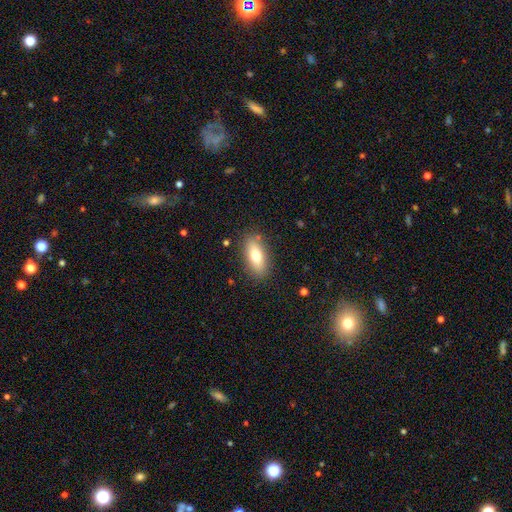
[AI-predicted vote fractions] The model was most divided on "smooth or featured": smooth: 72%, featured or disk: 21%, star or artifact: 8%. More confident: merging — none (85%); how rounded — in between (80%).